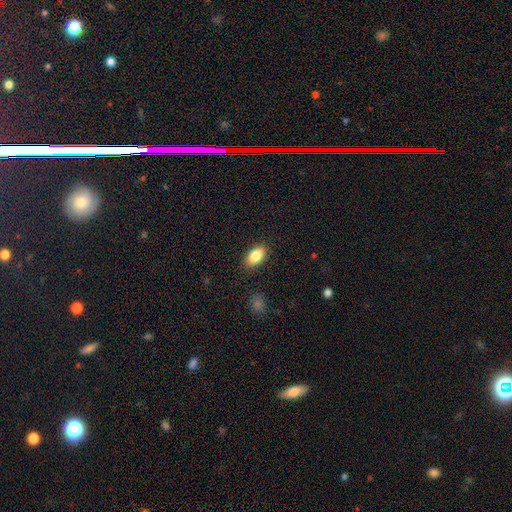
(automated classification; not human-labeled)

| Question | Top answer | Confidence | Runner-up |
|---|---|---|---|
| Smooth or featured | smooth | 84% | featured or disk (9%) |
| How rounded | in between | 91% | round (5%) |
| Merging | none | 87% | minor disturbance (9%) |